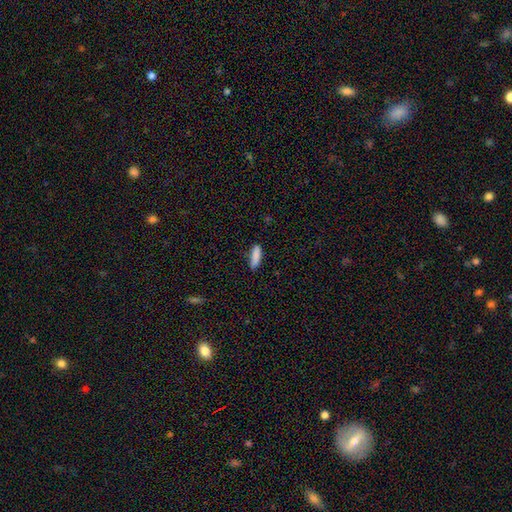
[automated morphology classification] This appears to be a smooth galaxy with no disk features (87%) that is cigar-shaped (57%). Merging: none (79%).